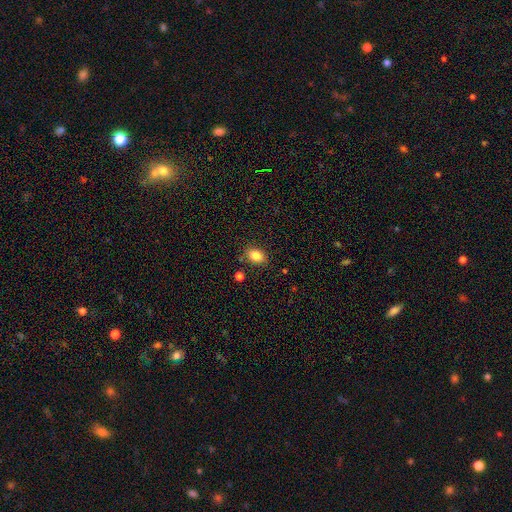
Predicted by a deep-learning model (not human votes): Smooth or featured? smooth (84%)
How rounded? in between (83%)
Merging? none (83%)